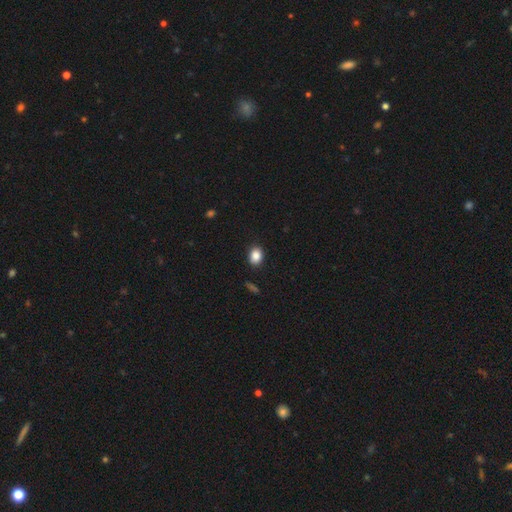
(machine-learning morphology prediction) Smooth or featured?
  - smooth: 86% *
  - star or artifact: 9%
  - featured or disk: 5%
How rounded?
  - in between: 62% *
  - round: 37%
  - cigar-shaped: 1%
Merging?
  - none: 89% *
  - minor disturbance: 8%
  - major disturbance: 2%
  - merger: 1%